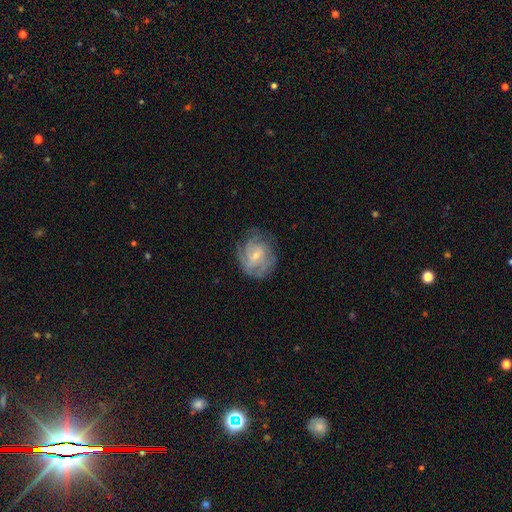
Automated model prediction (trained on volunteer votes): The model was most divided on "bar": no: 47%, weak: 44%, strong: 9%. Remaining: edge-on disk — no (97%); spiral arms — yes (88%); smooth or featured — featured or disk (74%); merging — none (67%); bulge size — small (66%); spiral winding — tight (54%); spiral arm count — can't tell (42%).